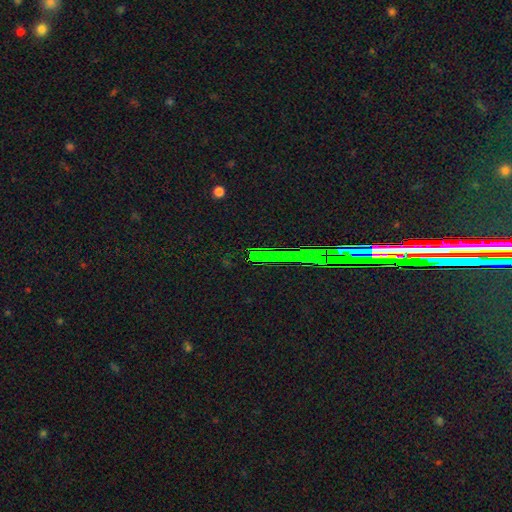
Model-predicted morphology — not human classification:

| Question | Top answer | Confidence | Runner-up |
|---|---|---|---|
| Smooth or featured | star or artifact | 78% | smooth (13%) |